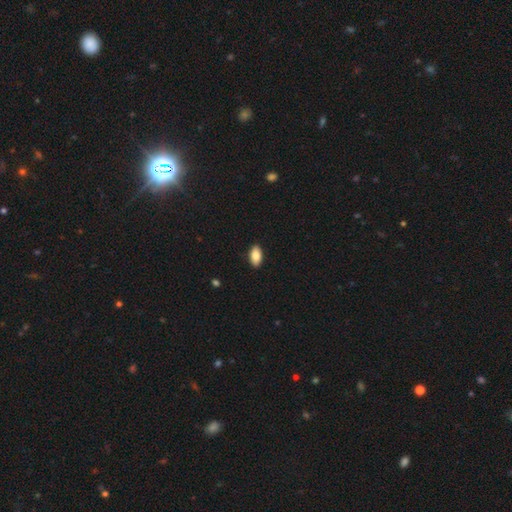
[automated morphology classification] Q: Smooth or featured?
A: smooth (87%); runner-up: star or artifact (7%)
Q: How rounded?
A: in between (93%); runner-up: cigar-shaped (4%)
Q: Merging?
A: none (90%); runner-up: minor disturbance (8%)